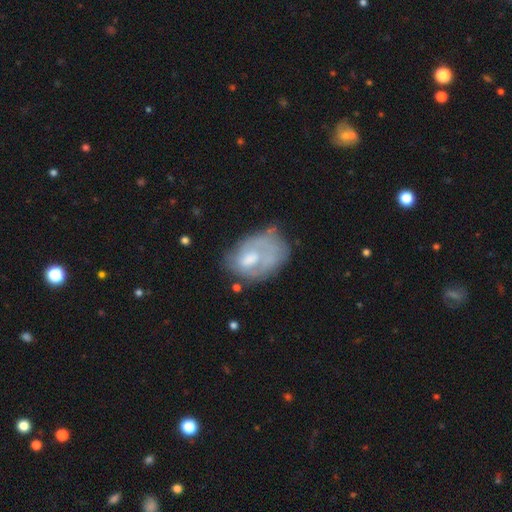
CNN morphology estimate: type=featured or disk (49%); merging=none (44%).